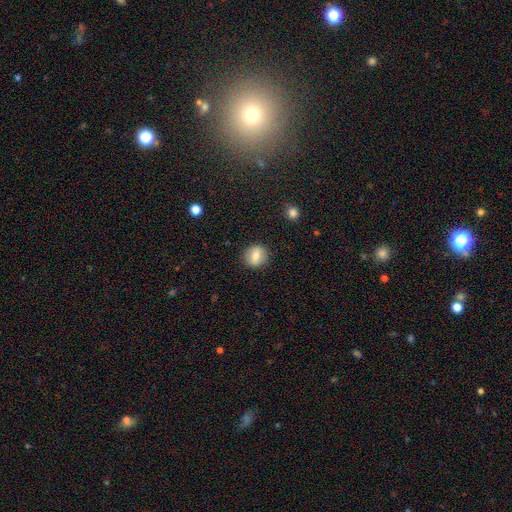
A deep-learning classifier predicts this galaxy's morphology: smooth 74%, featured or disk 18%, star or artifact 9%. Down the decision tree: how rounded — round (84%); merging — none (88%).